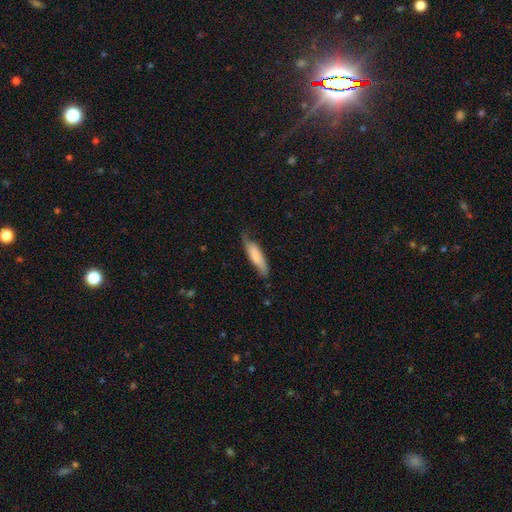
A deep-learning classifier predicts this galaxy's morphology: type=smooth (72%); roundness=cigar-shaped (68%); merging=none (60%).